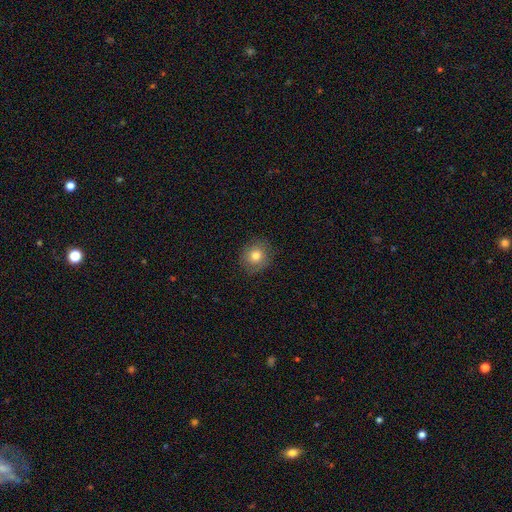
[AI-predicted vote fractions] A smooth galaxy with no disk features (78%) that is round (82%). Merging: none (86%).